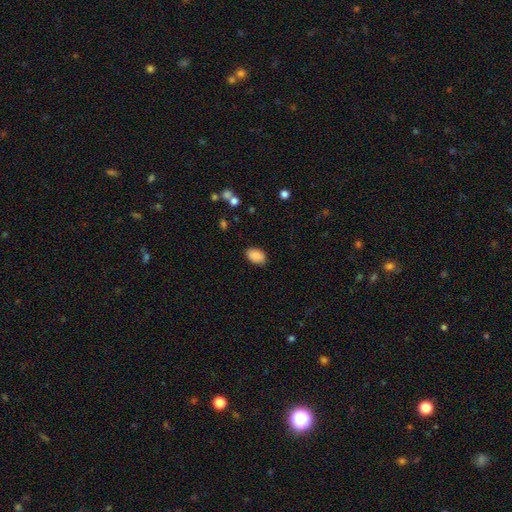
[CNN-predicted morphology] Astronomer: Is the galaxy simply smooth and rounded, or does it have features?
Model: smooth — 89%.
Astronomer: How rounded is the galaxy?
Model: in between — 88%.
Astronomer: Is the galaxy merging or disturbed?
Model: none — 83%.